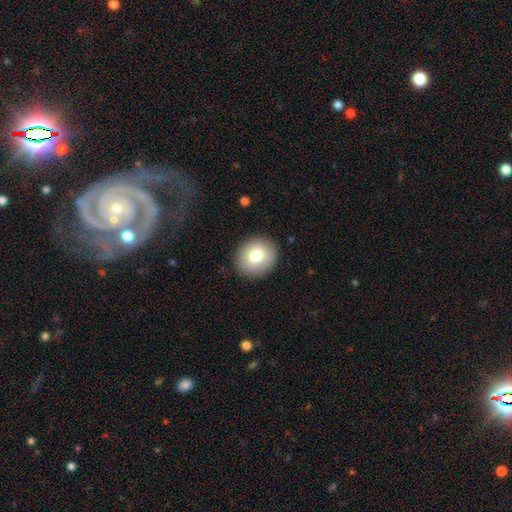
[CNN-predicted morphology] The model was most divided on "how rounded": round: 73%, in between: 27%, cigar-shaped: 1%. More confident: merging — none (89%); smooth or featured — smooth (77%).